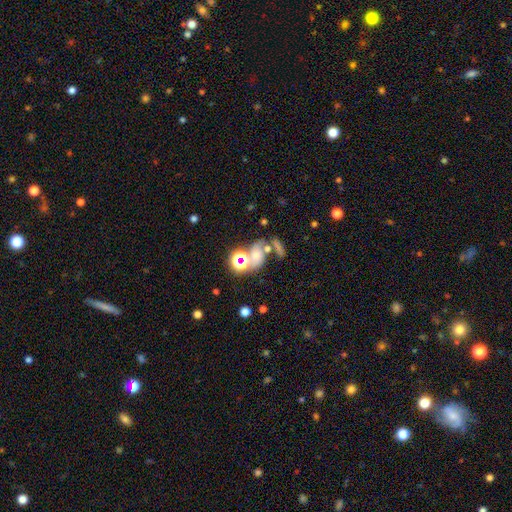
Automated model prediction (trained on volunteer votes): Morphology: type=smooth (47%); merging=none (41%).